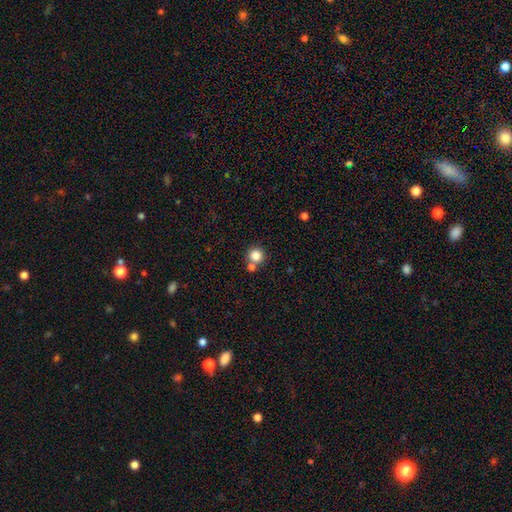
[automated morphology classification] Q: Smooth or featured?
A: smooth (82%); runner-up: star or artifact (11%)
Q: How rounded?
A: round (93%); runner-up: in between (6%)
Q: Merging?
A: none (66%); runner-up: merger (25%)